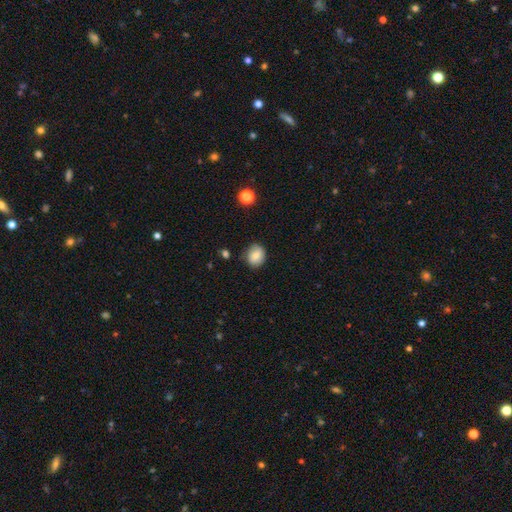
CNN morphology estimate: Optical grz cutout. It shows a smooth galaxy with no disk features (80%) that is round (67%). Merging: none (80%).